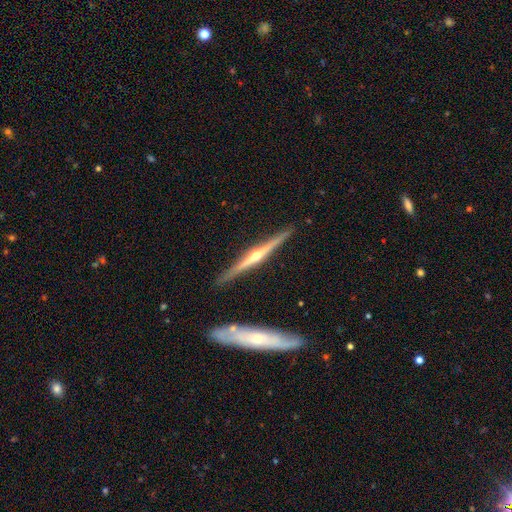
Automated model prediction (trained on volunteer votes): Smooth or featured? Predicted: featured or disk (p=0.83). Edge-on disk? Predicted: yes (p=0.98). Edge-on bulge? Predicted: rounded (p=0.90). Merging? Predicted: none (p=0.89).